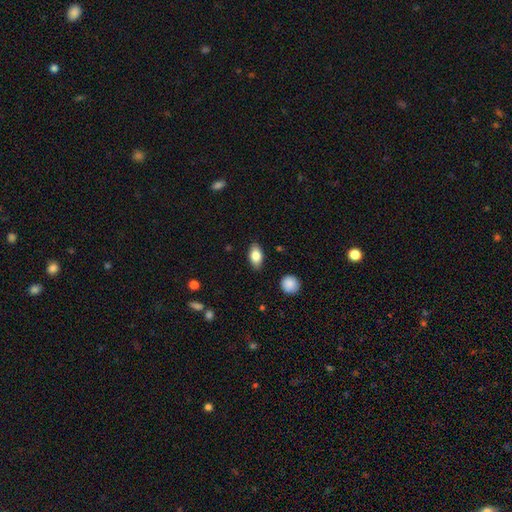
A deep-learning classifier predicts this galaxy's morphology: smooth 80%, featured or disk 12%, star or artifact 7%. Down the decision tree: how rounded — in between (89%); merging — none (85%).